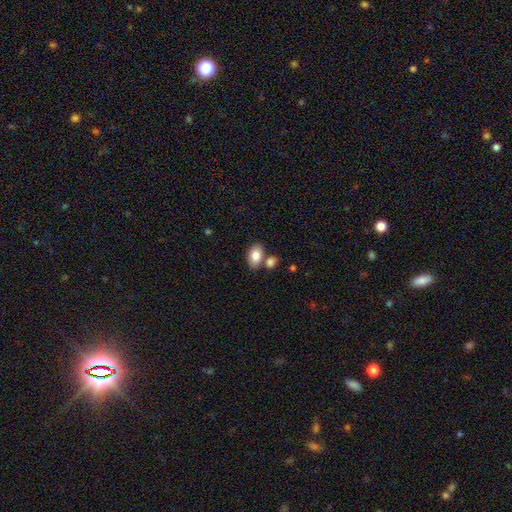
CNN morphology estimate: A smooth galaxy with no disk features (83%) that is in between round and cigar-shaped (85%). Merging: none (63%).